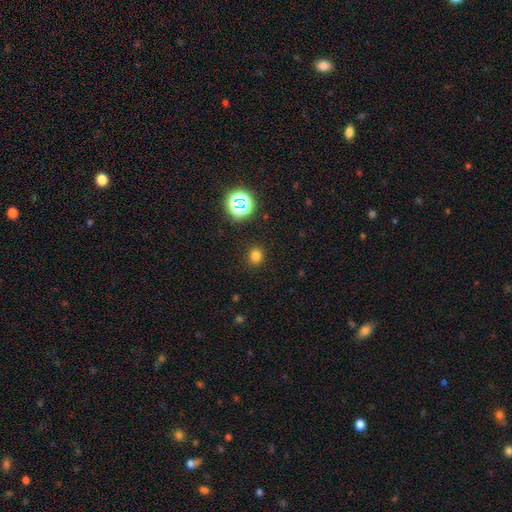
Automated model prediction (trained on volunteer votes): This is likely a smooth galaxy (76%). How rounded: likely round (77%). Merging: clearly none (89%).